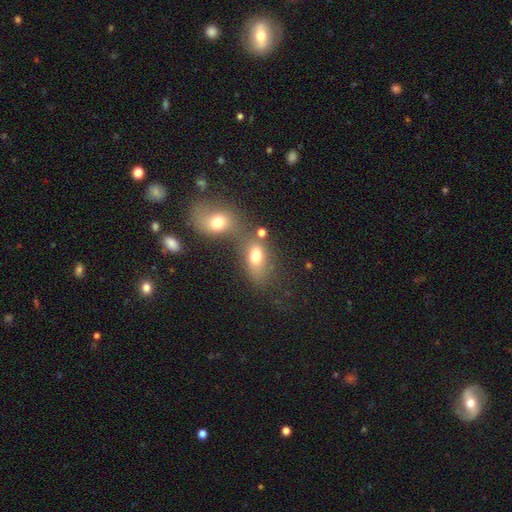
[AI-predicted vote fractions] smooth 72%, featured or disk 15%, star or artifact 14%. Down the decision tree: how rounded — in between (72%); merging — merger (51%).